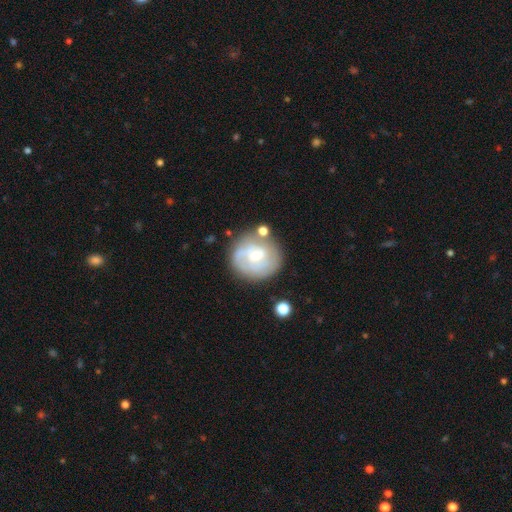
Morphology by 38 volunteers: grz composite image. It shows a featured or disk galaxy (63%) with no bar (76%), medium (50%) spiral arms (57%) and a small central bulge (62%). Merging: none (59%).